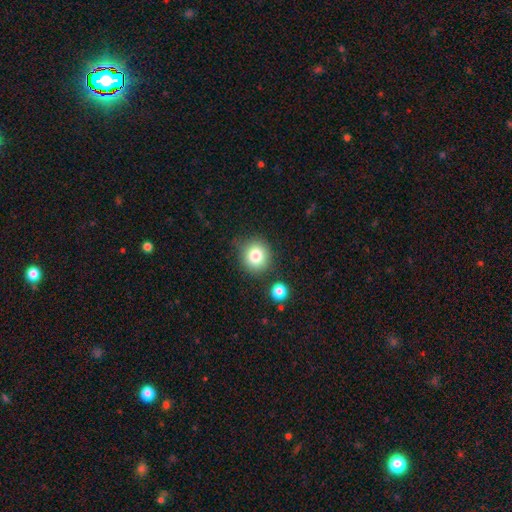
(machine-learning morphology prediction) smooth 81%, star or artifact 11%, featured or disk 8%. Down the decision tree: how rounded — round (88%); merging — none (79%).